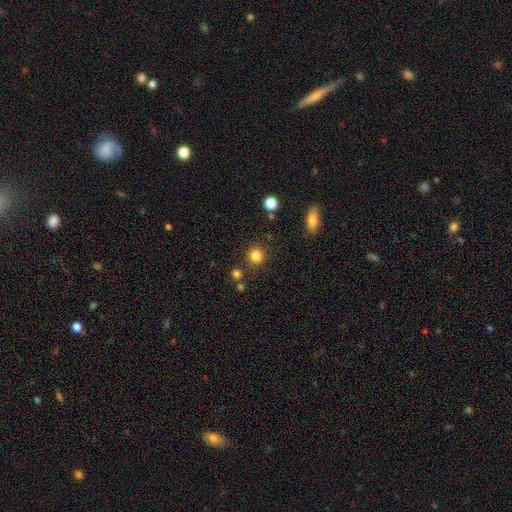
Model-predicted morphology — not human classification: Overall: smooth (83%). How rounded: round (92%). Merging: none (86%).